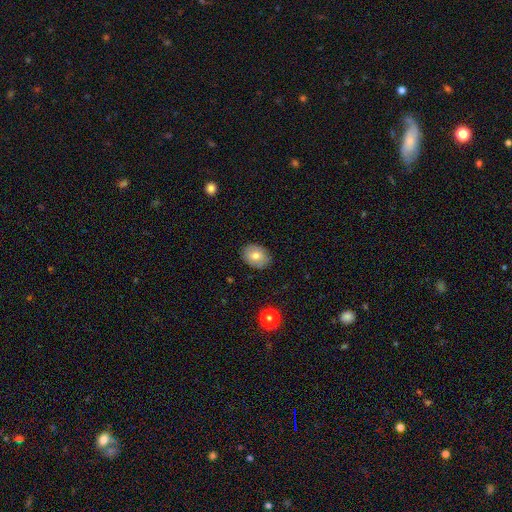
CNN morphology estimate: smooth-or-featured: smooth: 73% | featured or disk: 18% | star or artifact: 9%
  how-rounded: in between: 56% | round: 43% | cigar-shaped: 1%
  merging: none: 85% | minor disturbance: 11% | major disturbance: 2% | merger: 1%